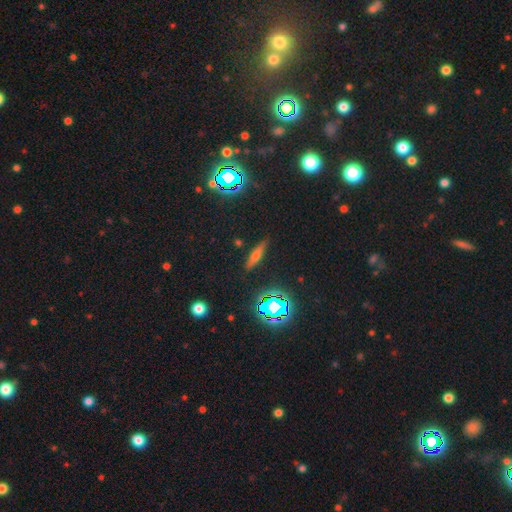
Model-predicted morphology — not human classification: Smooth or featured: smooth — 44% (featured or disk — 33%)
Merging: none — 87% (minor disturbance — 9%)